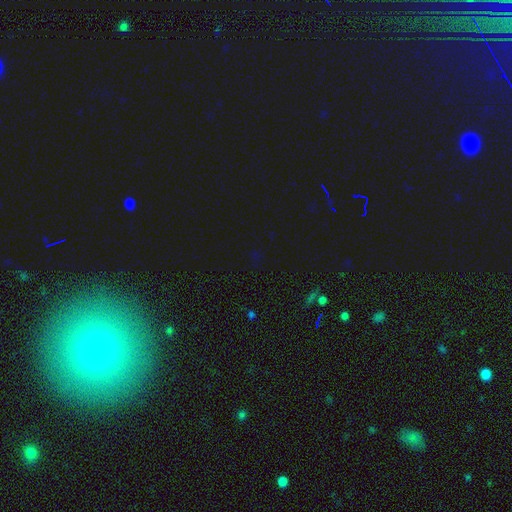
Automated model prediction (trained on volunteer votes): The model was most divided on "smooth or featured": star or artifact: 75%, smooth: 19%, featured or disk: 6%.